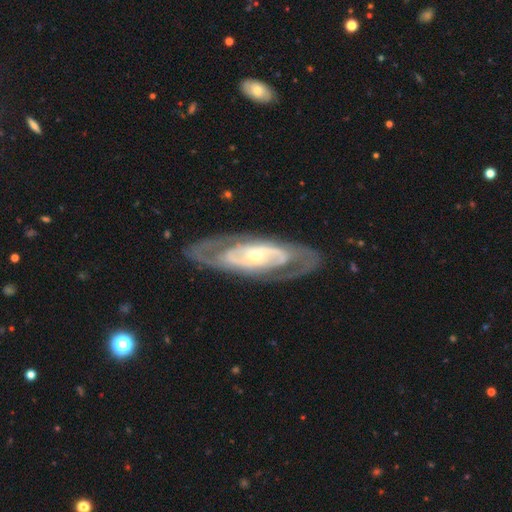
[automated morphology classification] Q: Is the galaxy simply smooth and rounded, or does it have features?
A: featured or disk — 84%.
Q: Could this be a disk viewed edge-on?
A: no — 87%.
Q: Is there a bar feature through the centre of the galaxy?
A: no — 65%.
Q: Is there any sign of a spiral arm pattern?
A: yes — 76%.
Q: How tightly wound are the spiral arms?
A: tight — 56%.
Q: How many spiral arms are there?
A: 2 — 62%.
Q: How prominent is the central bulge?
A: small — 62%.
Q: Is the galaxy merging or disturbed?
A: none — 80%.